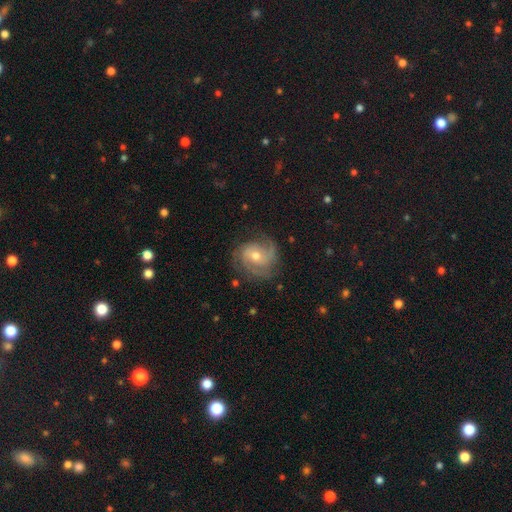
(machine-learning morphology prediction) The model was most divided on "spiral winding": tight: 45%, medium: 42%, loose: 13%. Remaining: edge-on disk — no (98%); spiral arms — yes (96%); smooth or featured — featured or disk (84%); merging — none (74%); bar — no (63%); bulge size — moderate (61%); spiral arm count — 2 (38%).